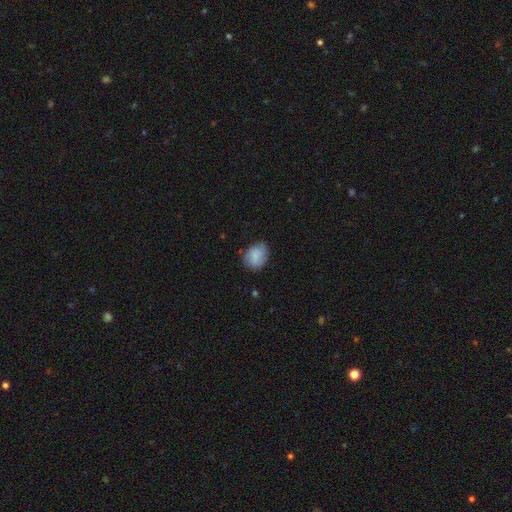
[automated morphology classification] Smooth or featured: smooth — 82% (featured or disk — 10%)
How rounded: in between — 51% (round — 48%)
Merging: none — 69% (minor disturbance — 25%)